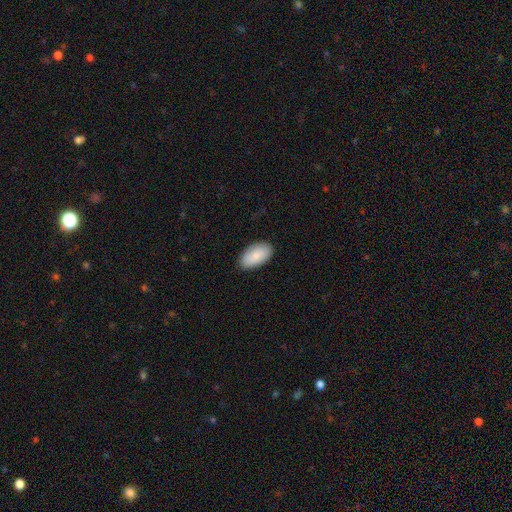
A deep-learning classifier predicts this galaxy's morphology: Smooth or featured? smooth (89%)
How rounded? in between (96%)
Merging? none (87%)